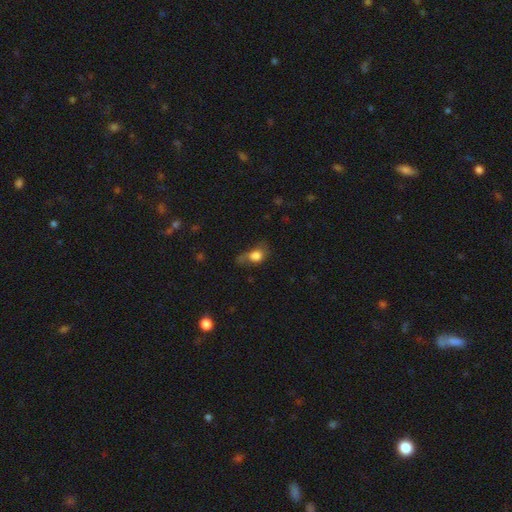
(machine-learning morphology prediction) Smooth or featured: smooth — 73% (featured or disk — 17%)
How rounded: in between — 57% (round — 40%)
Merging: major disturbance — 39% (none — 28%)